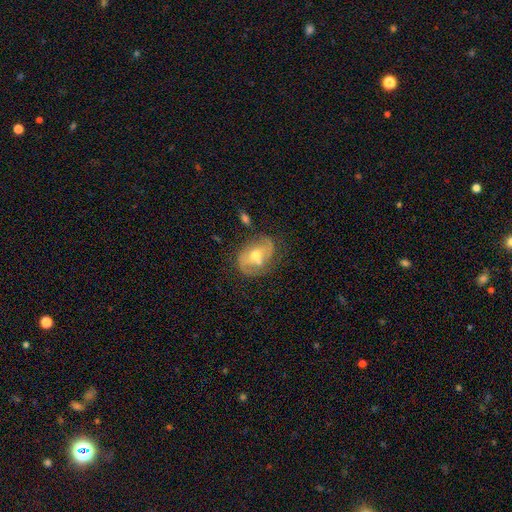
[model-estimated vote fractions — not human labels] smooth_or_featured: featured or disk (p=0.70) [alt: smooth p=0.22]
disk_edge_on: no (p=0.96) [alt: yes p=0.04]
bar: no (p=0.42) [alt: weak p=0.40]
has_spiral_arms: yes (p=0.79) [alt: no p=0.21]
spiral_winding: medium (p=0.44) [alt: loose p=0.28]
spiral_arm_count: 2 (p=0.75) [alt: can't tell p=0.15]
bulge_size: moderate (p=0.66) [alt: small p=0.28]
merging: none (p=0.60) [alt: minor disturbance p=0.22]